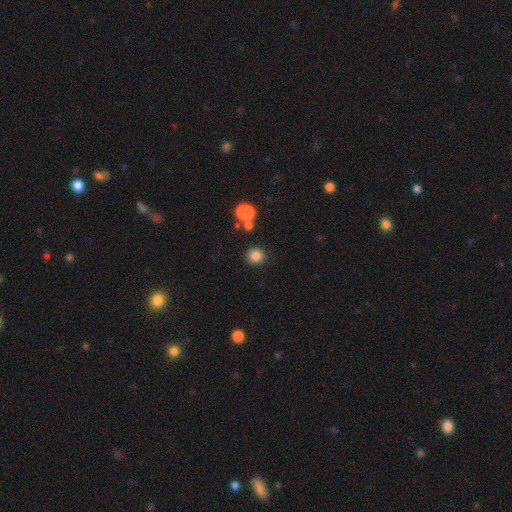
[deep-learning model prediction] A smooth galaxy with no disk features (83%) that is round (90%).

Vote fractions:
- Smooth or featured? smooth: 83% / star or artifact: 12% / featured or disk: 4%
- How rounded? round: 90% / in between: 9% / cigar-shaped: 1%
- Merging? none: 83% / minor disturbance: 8% / merger: 6% / major disturbance: 3%